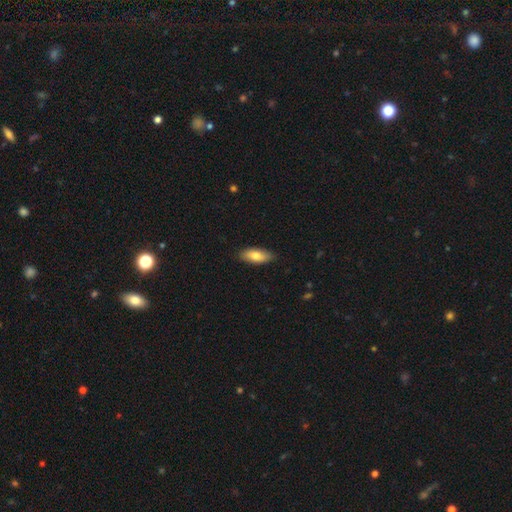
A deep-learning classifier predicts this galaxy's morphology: Smooth or featured: smooth — 78% (featured or disk — 16%)
How rounded: in between — 83% (cigar-shaped — 15%)
Merging: none — 86% (minor disturbance — 11%)